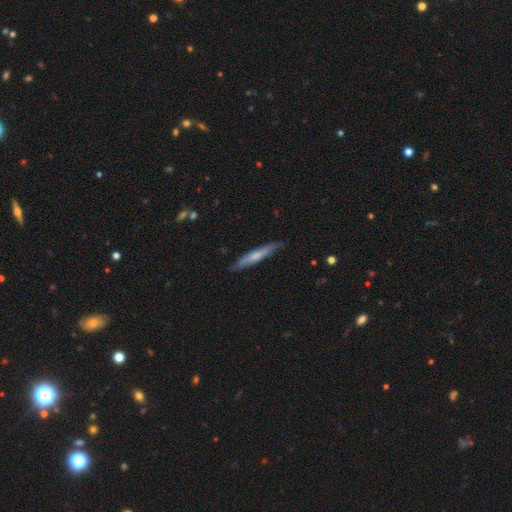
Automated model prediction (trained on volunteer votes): This appears to be a smooth galaxy with no disk features (57%) that is cigar-shaped (94%). Merging: none (85%).